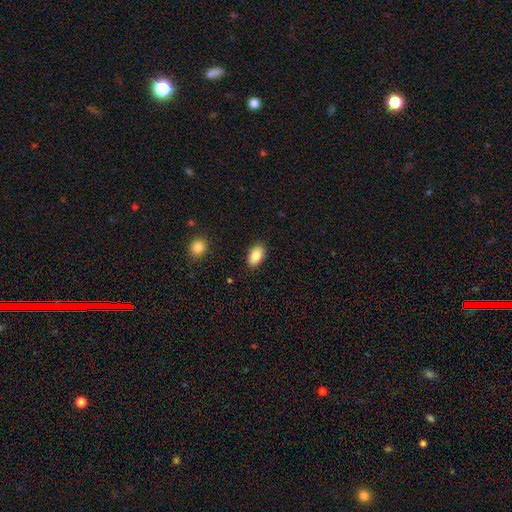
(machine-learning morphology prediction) This appears to be a smooth galaxy with no disk features (86%) that is in between round and cigar-shaped (91%). Merging: none (88%).